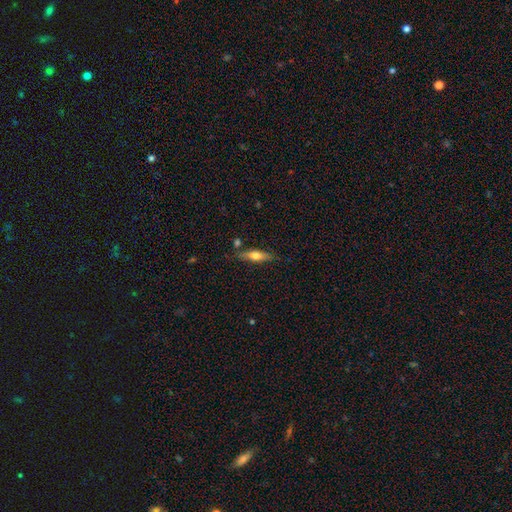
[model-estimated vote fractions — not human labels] Q: Smooth or featured?
A: smooth (54%); runner-up: featured or disk (39%)
Q: How rounded?
A: cigar-shaped (64%); runner-up: in between (34%)
Q: Merging?
A: none (78%); runner-up: minor disturbance (14%)